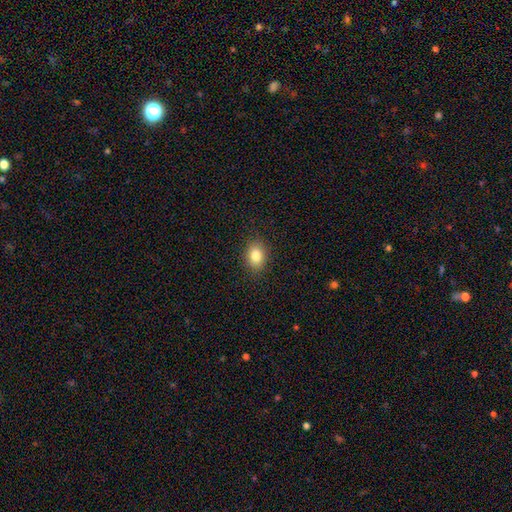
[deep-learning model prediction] Smooth or featured?
  - smooth: 83% *
  - star or artifact: 9%
  - featured or disk: 7%
How rounded?
  - in between: 70% *
  - round: 29%
  - cigar-shaped: 1%
Merging?
  - none: 89% *
  - minor disturbance: 8%
  - major disturbance: 2%
  - merger: 1%